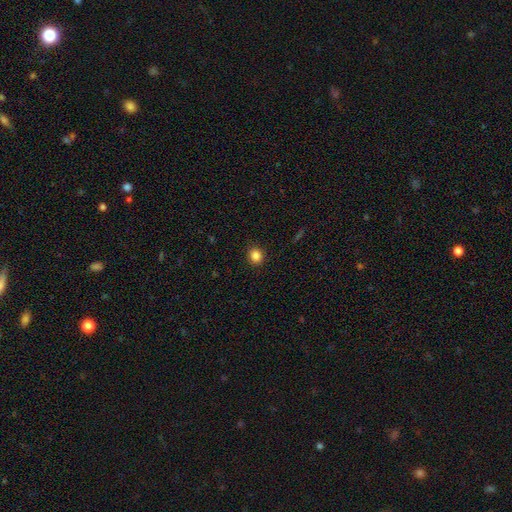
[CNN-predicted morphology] Smooth or featured?
  - smooth: 85% *
  - star or artifact: 11%
  - featured or disk: 4%
How rounded?
  - round: 83% *
  - in between: 16%
  - cigar-shaped: 1%
Merging?
  - none: 91% *
  - minor disturbance: 6%
  - major disturbance: 2%
  - merger: 1%